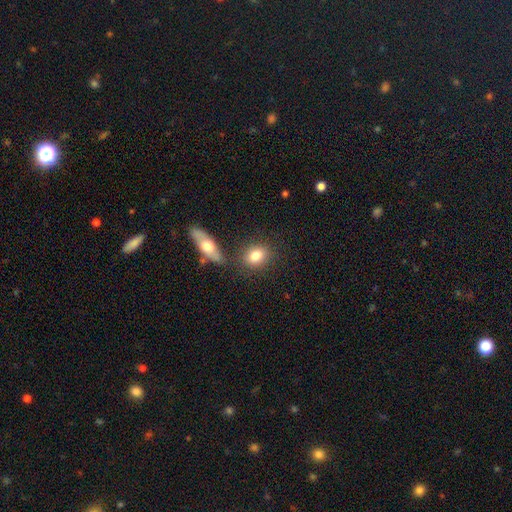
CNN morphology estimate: smooth-or-featured: smooth: 81% | featured or disk: 12% | star or artifact: 8%
  how-rounded: in between: 58% | round: 39% | cigar-shaped: 3%
  merging: none: 73% | merger: 12% | minor disturbance: 11% | major disturbance: 3%